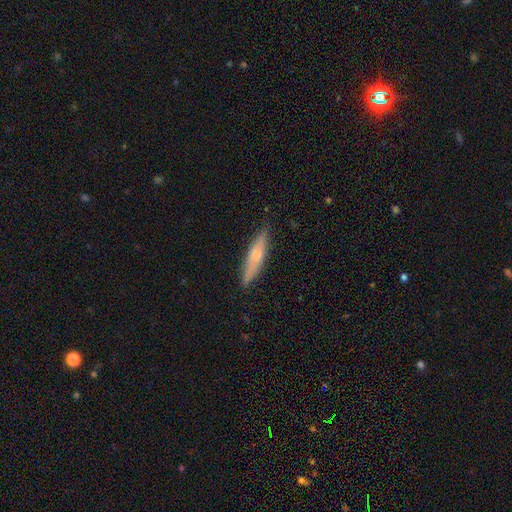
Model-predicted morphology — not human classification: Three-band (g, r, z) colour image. It shows a smooth galaxy with no disk features (61%) that is cigar-shaped (84%). Merging: none (85%).